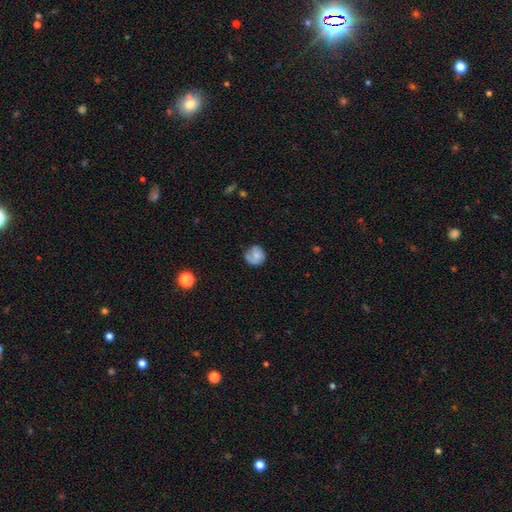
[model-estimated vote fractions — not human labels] Smooth or featured? Predicted: smooth (p=0.52). How rounded? Predicted: round (p=0.79). Merging? Predicted: none (p=0.56).